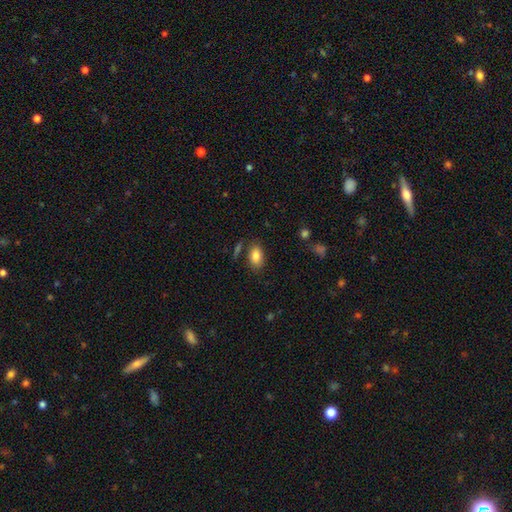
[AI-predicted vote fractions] Overall: smooth (85%). How rounded: in between (90%). Merging: none (77%).